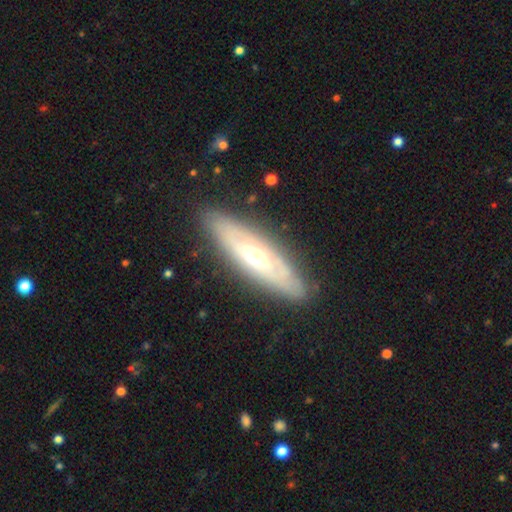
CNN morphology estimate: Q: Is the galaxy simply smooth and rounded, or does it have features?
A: featured or disk — 72%.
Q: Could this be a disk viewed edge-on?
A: no — 56%.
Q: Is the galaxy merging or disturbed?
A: none — 84%.